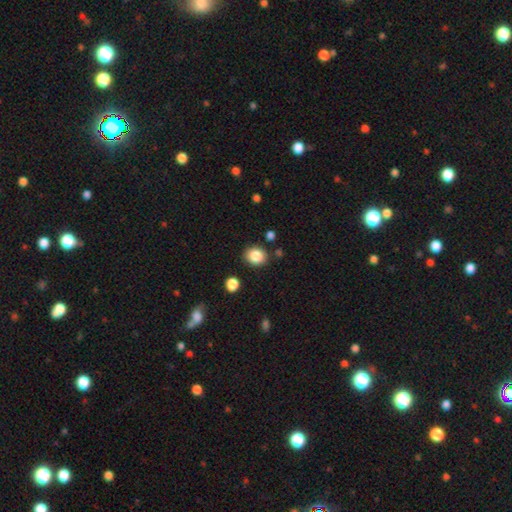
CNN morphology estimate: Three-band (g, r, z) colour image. It shows a smooth galaxy with no disk features (86%) that is round (72%). Merging: none (85%).